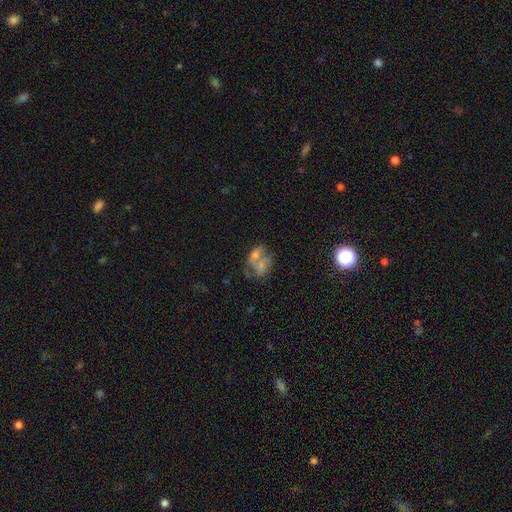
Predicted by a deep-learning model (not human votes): smooth_or_featured: smooth (p=0.43) [alt: featured or disk p=0.42]
merging: merger (p=0.53) [alt: none p=0.25]